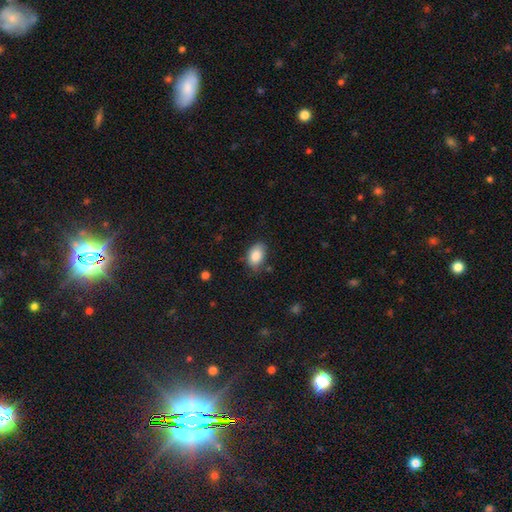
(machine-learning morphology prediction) Smooth or featured: smooth — 86% (star or artifact — 7%)
How rounded: in between — 89% (round — 10%)
Merging: none — 75% (minor disturbance — 19%)